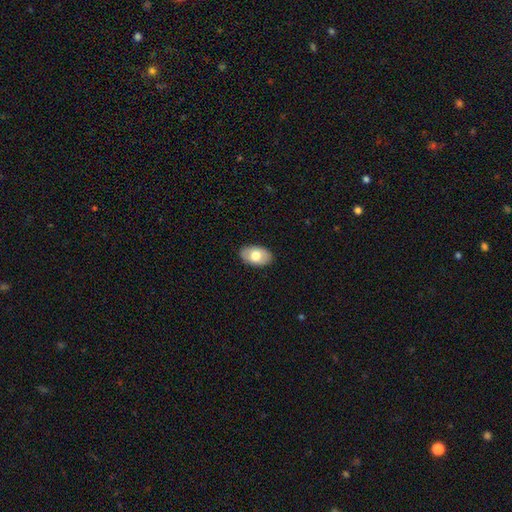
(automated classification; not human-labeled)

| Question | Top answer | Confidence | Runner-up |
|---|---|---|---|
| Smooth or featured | smooth | 70% | featured or disk (24%) |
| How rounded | in between | 92% | round (6%) |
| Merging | none | 87% | minor disturbance (10%) |